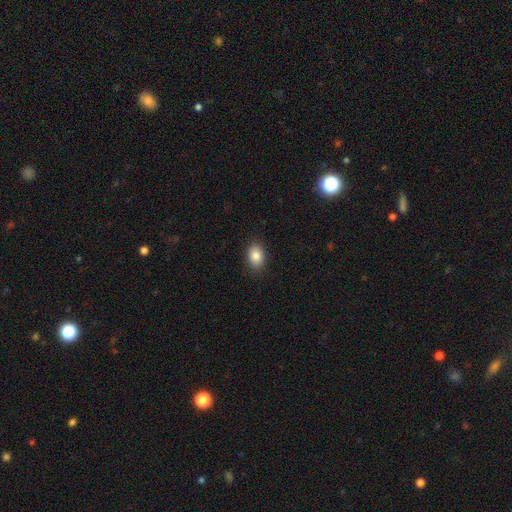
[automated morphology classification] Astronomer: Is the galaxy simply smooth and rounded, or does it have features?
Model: smooth — 86%.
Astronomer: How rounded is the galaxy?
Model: in between — 77%.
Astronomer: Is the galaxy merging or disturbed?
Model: none — 87%.